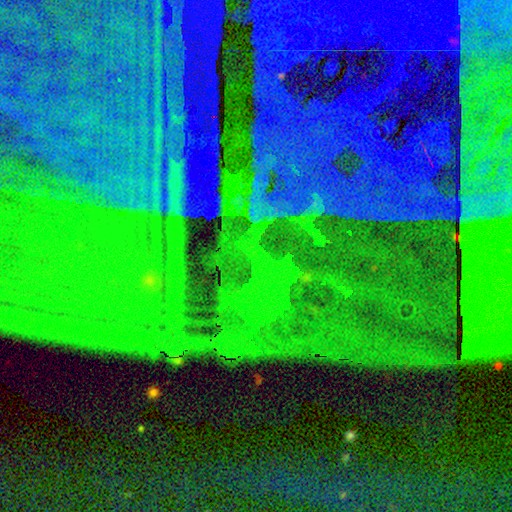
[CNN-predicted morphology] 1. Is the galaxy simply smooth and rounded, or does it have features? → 88% star or artifact, 7% featured or disk, 5% smooth.